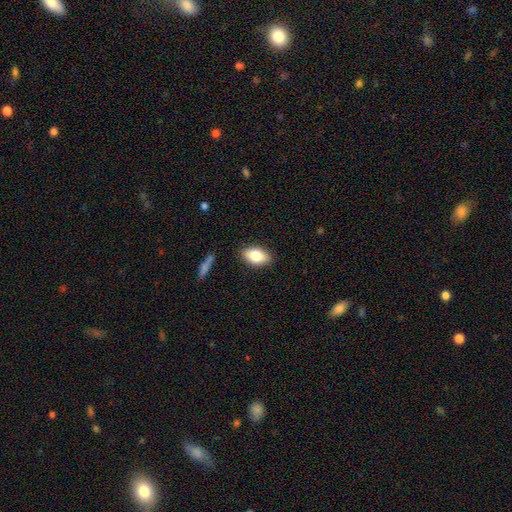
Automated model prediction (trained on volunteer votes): Smooth or featured? Predicted: smooth (p=0.78). How rounded? Predicted: in between (p=0.89). Merging? Predicted: none (p=0.87).